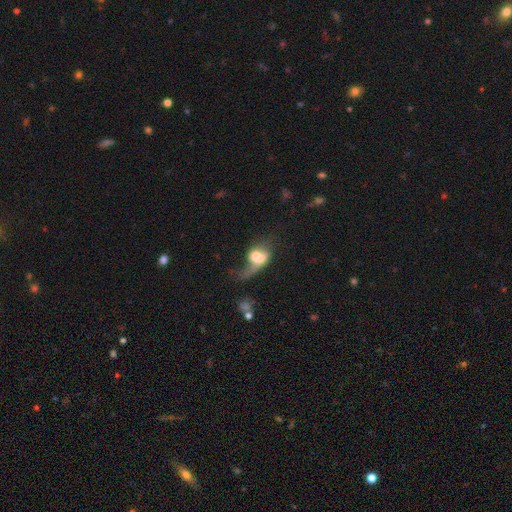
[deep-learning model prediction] A featured or disk galaxy (47%).

Vote fractions:
- Smooth or featured? featured or disk: 47% / smooth: 44% / star or artifact: 10%
- Merging? major disturbance: 41% / merger: 29% / none: 17% / minor disturbance: 13%